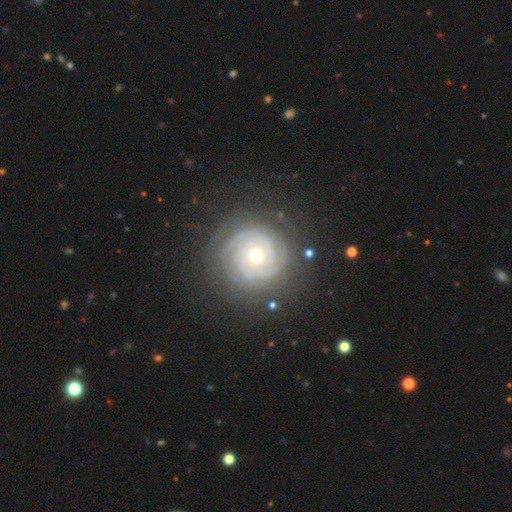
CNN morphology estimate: smooth_or_featured: featured or disk (p=0.80) [alt: smooth p=0.11]
disk_edge_on: no (p=0.97) [alt: yes p=0.03]
bar: no (p=0.83) [alt: weak p=0.12]
has_spiral_arms: yes (p=0.94) [alt: no p=0.06]
spiral_winding: tight (p=0.82) [alt: medium p=0.14]
spiral_arm_count: can't tell (p=0.33) [alt: 2 p=0.22]
bulge_size: small (p=0.59) [alt: moderate p=0.37]
merging: none (p=0.79) [alt: minor disturbance p=0.13]